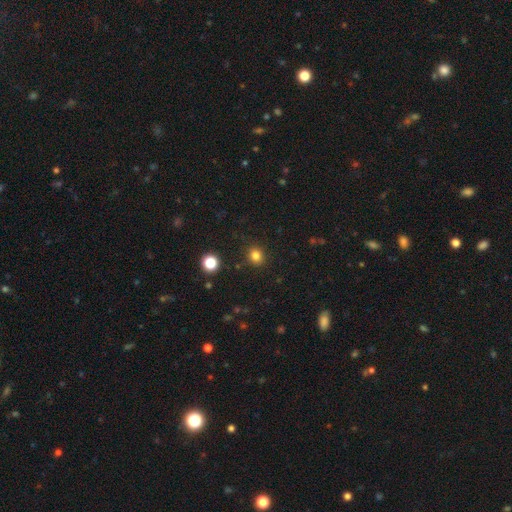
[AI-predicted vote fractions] Overall: smooth (82%). How rounded: round (76%). Merging: none (88%).